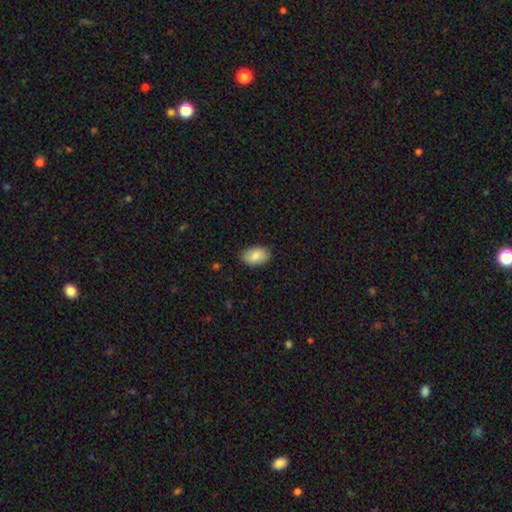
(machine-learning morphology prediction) Smooth or featured?
  - smooth: 83% *
  - featured or disk: 10%
  - star or artifact: 6%
How rounded?
  - in between: 91% *
  - round: 8%
  - cigar-shaped: 1%
Merging?
  - none: 84% *
  - minor disturbance: 13%
  - major disturbance: 2%
  - merger: 1%